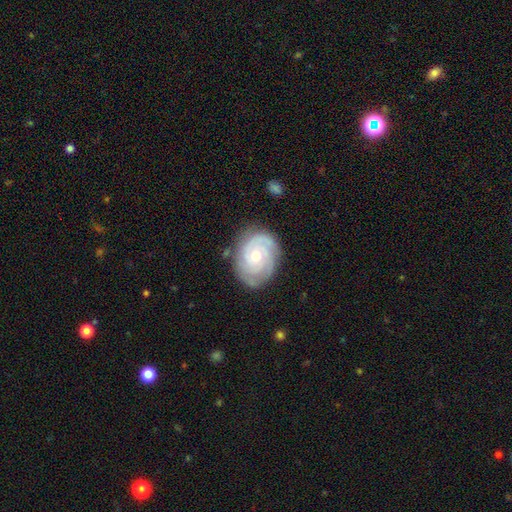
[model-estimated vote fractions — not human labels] featured or disk 82%, smooth 13%, star or artifact 5%. Down the decision tree: edge-on disk — no (97%); bar — no (76%); spiral arms — yes (95%); spiral arm count — 3 (32%); spiral winding — tight (74%); bulge size — moderate (60%); merging — none (78%).